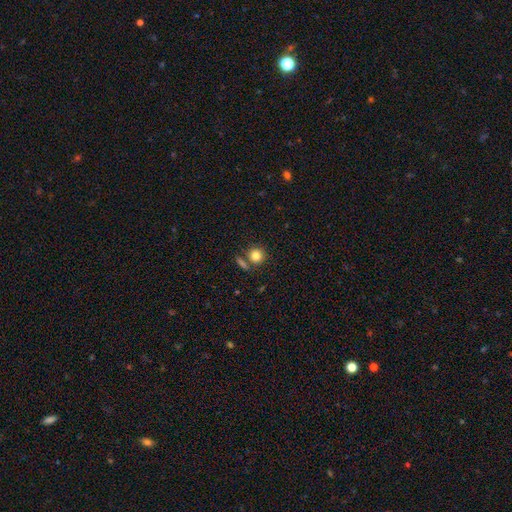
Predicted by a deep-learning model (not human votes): Smooth or featured: smooth — 83% (star or artifact — 11%)
How rounded: round — 90% (in between — 9%)
Merging: none — 73% (merger — 14%)